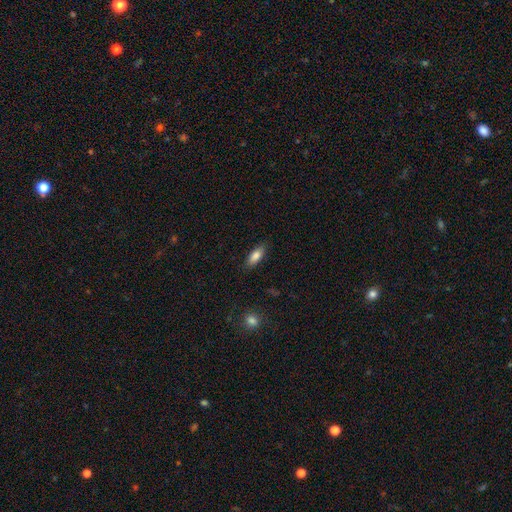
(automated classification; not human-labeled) Smooth or featured? Predicted: smooth (p=0.82). How rounded? Predicted: in between (p=0.71). Merging? Predicted: none (p=0.86).